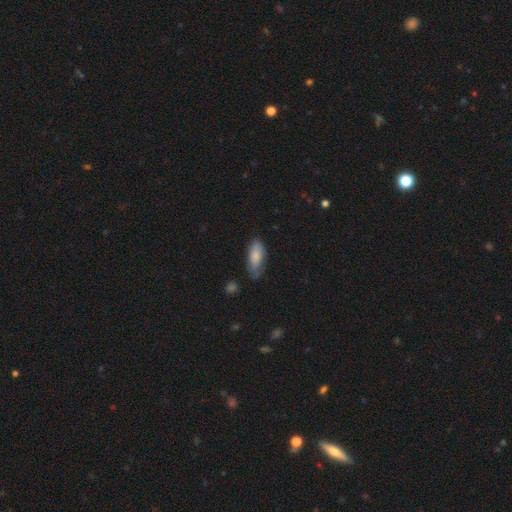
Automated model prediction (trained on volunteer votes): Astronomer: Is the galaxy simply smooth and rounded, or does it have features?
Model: smooth — 80%.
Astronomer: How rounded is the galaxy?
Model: in between — 77%.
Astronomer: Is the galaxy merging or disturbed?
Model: none — 60%.